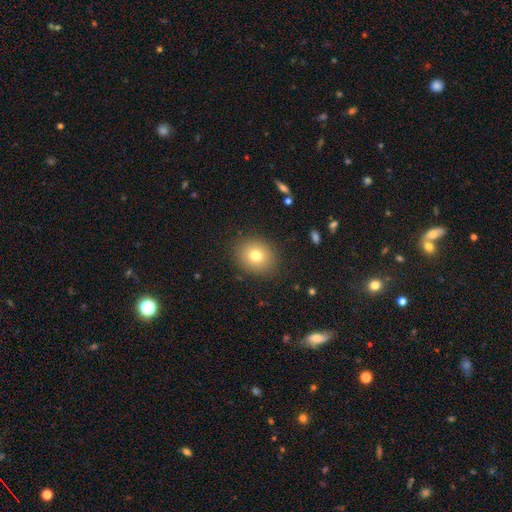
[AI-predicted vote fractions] smooth 76%, star or artifact 12%, featured or disk 12%. Down the decision tree: how rounded — round (67%); merging — none (88%).